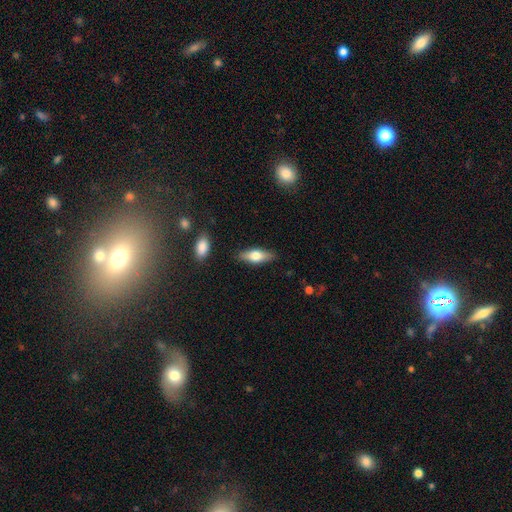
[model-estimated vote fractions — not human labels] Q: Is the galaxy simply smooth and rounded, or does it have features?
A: smooth — 60%.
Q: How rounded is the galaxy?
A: in between — 65%.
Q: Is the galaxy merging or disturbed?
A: none — 85%.